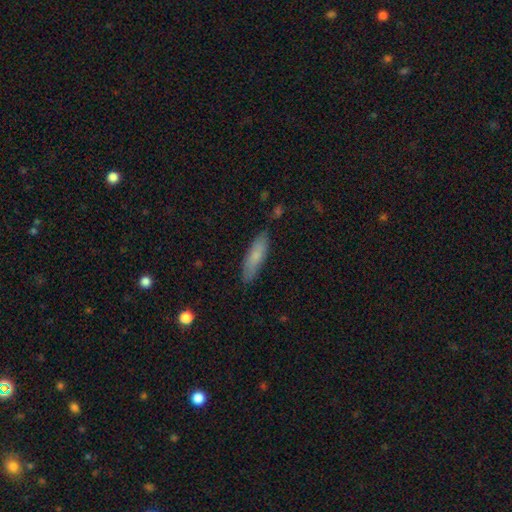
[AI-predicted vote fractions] Morphology: type=smooth (76%); roundness=cigar-shaped (68%); merging=none (83%).